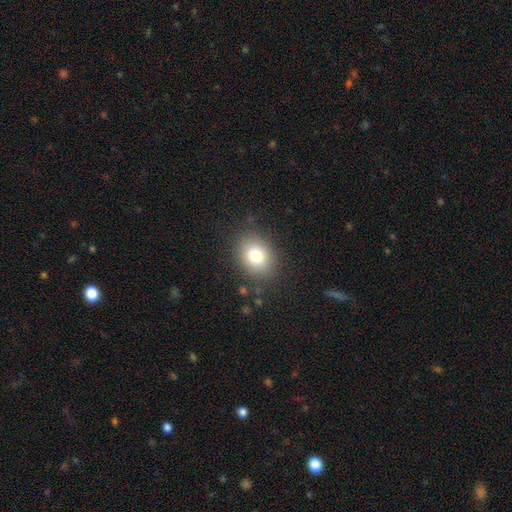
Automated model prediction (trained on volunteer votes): Smooth or featured? Predicted: smooth (p=0.79). How rounded? Predicted: in between (p=0.58). Merging? Predicted: none (p=0.84).